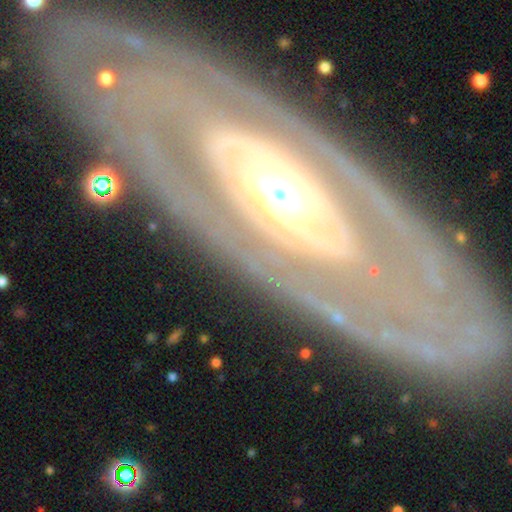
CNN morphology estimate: featured or disk 85%, smooth 10%, star or artifact 4%. Down the decision tree: edge-on disk — no (84%); bar — no (70%); spiral arms — yes (57%); bulge size — moderate (66%); merging — none (80%).